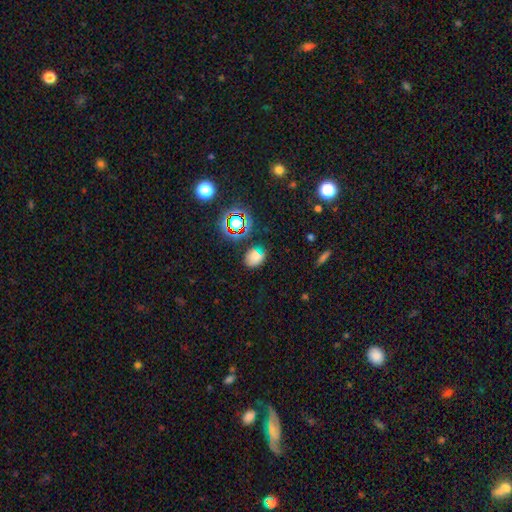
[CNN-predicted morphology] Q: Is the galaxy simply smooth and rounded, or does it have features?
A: smooth — 64%.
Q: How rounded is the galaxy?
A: in between — 58%.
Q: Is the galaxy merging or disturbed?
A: none — 67%.